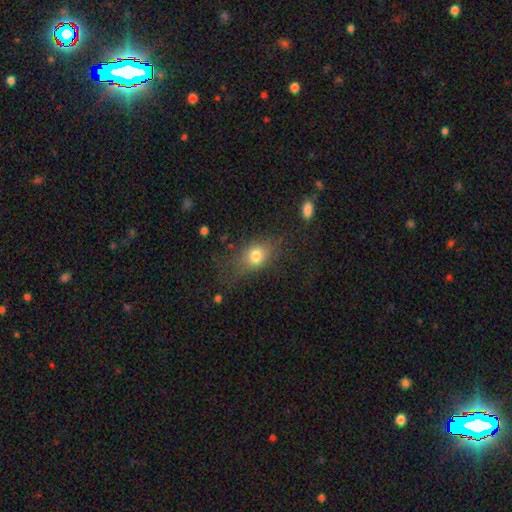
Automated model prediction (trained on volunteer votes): Smooth or featured?
  - smooth: 76% *
  - featured or disk: 13%
  - star or artifact: 11%
How rounded?
  - in between: 61% *
  - round: 35%
  - cigar-shaped: 4%
Merging?
  - none: 56% *
  - minor disturbance: 23%
  - major disturbance: 18%
  - merger: 3%